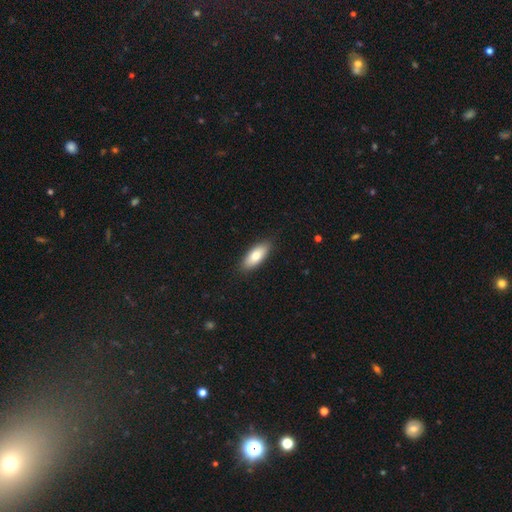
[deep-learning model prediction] Smooth or featured?
  - smooth: 79% *
  - featured or disk: 15%
  - star or artifact: 6%
How rounded?
  - in between: 79% *
  - cigar-shaped: 19%
  - round: 2%
Merging?
  - none: 87% *
  - minor disturbance: 10%
  - major disturbance: 2%
  - merger: 1%